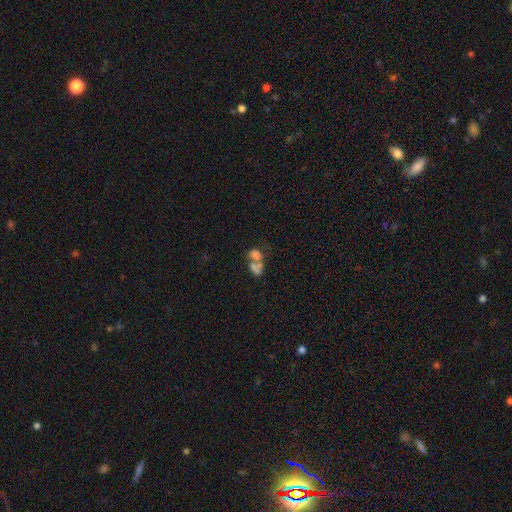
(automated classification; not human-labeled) smooth_or_featured: smooth (p=0.59) [alt: featured or disk p=0.28]
how_rounded: in between (p=0.73) [alt: round p=0.25]
merging: merger (p=0.67) [alt: none p=0.17]